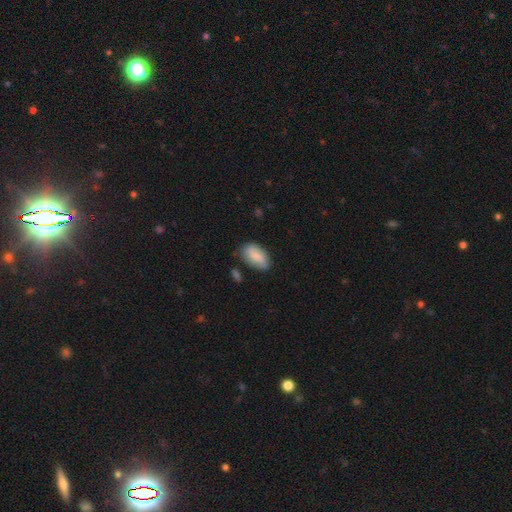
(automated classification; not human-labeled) smooth_or_featured: smooth (p=0.79) [alt: featured or disk p=0.14]
how_rounded: in between (p=0.93) [alt: round p=0.04]
merging: none (p=0.67) [alt: minor disturbance p=0.24]